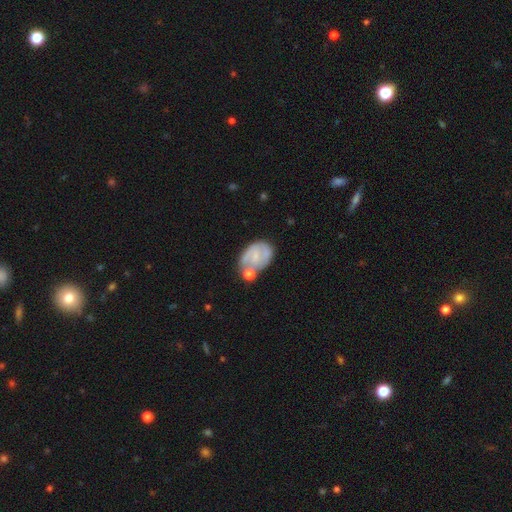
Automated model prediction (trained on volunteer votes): Smooth or featured?
  - featured or disk: 54% *
  - smooth: 39%
  - star or artifact: 7%
Edge-on disk?
  - no: 97% *
  - yes: 3%
Bar?
  - no: 60% *
  - weak: 33%
  - strong: 7%
Spiral arms?
  - yes: 68% *
  - no: 32%
Bulge size?
  - small: 54% *
  - none: 26%
  - moderate: 17%
  - large: 2%
  - dominant: 1%
Merging?
  - none: 41% *
  - minor disturbance: 24%
  - merger: 24%
  - major disturbance: 11%